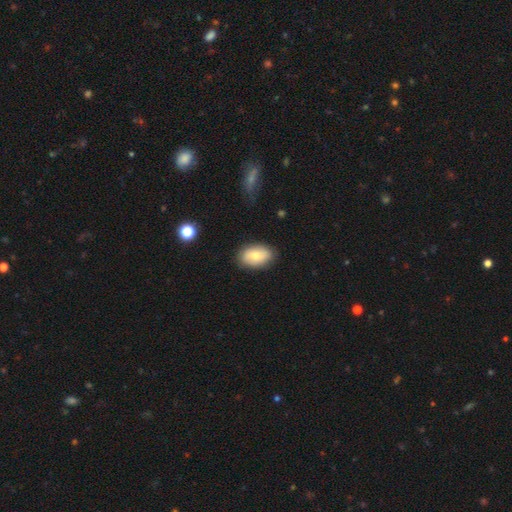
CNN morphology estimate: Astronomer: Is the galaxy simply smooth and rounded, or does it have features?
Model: smooth — 69%.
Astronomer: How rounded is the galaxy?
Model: in between — 87%.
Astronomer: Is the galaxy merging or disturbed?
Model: none — 83%.